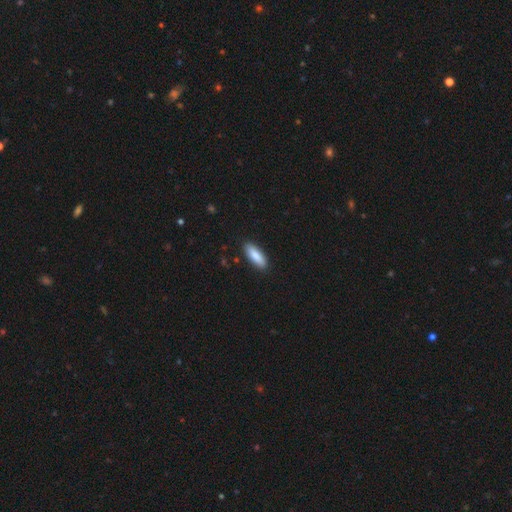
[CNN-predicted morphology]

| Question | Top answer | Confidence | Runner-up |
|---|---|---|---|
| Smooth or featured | smooth | 86% | featured or disk (8%) |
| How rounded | in between | 63% | cigar-shaped (35%) |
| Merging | none | 89% | minor disturbance (8%) |